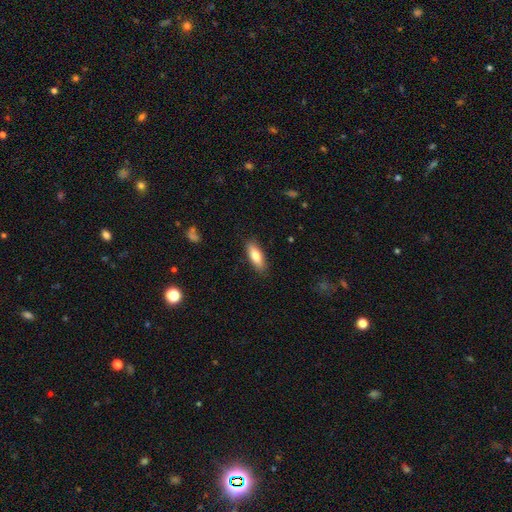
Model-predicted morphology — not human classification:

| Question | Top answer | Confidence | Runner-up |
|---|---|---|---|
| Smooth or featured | smooth | 80% | featured or disk (14%) |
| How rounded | in between | 65% | cigar-shaped (33%) |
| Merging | none | 87% | minor disturbance (10%) |